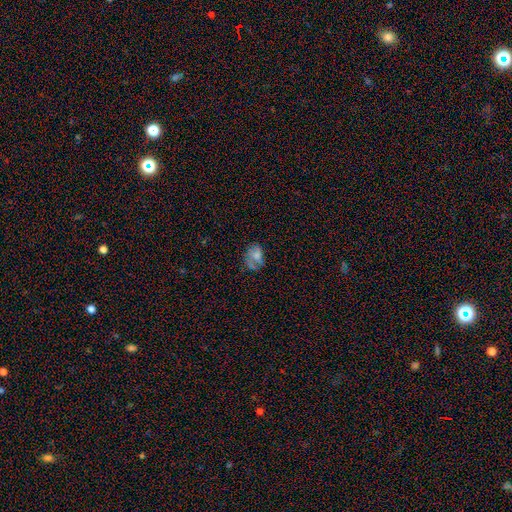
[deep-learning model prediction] Q: Smooth or featured?
A: smooth (54%); runner-up: featured or disk (32%)
Q: How rounded?
A: in between (76%); runner-up: round (22%)
Q: Merging?
A: none (41%); runner-up: minor disturbance (26%)